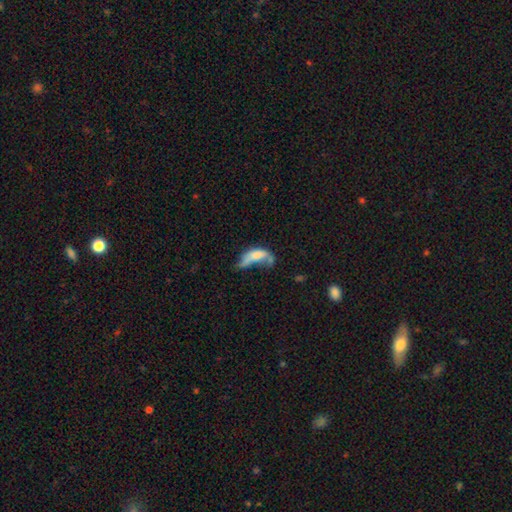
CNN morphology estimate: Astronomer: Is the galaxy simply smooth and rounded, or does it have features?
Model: smooth — 58%.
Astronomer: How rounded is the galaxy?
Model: in between — 73%.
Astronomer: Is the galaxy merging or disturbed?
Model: major disturbance — 40% (runner-up: merger, 25%).